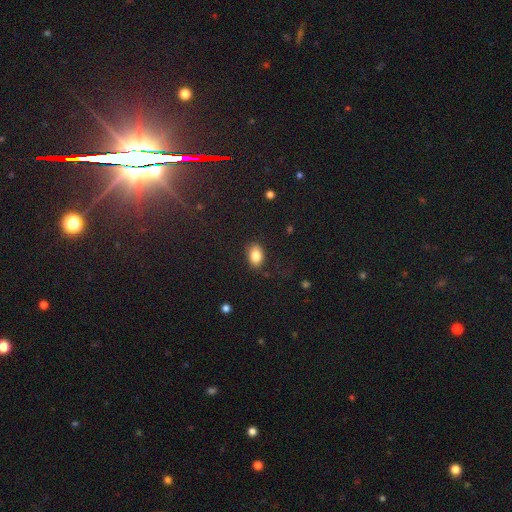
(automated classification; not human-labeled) This is clearly a smooth galaxy (84%). How rounded: clearly in between (85%). Merging: clearly none (83%).